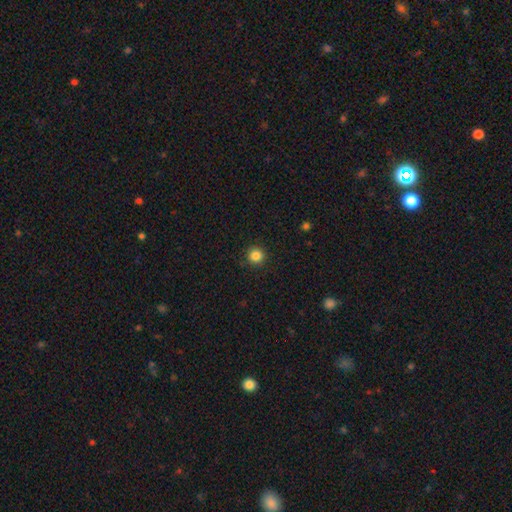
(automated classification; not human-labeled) Q: Smooth or featured?
A: smooth (85%); runner-up: star or artifact (12%)
Q: How rounded?
A: round (95%); runner-up: in between (4%)
Q: Merging?
A: none (92%); runner-up: minor disturbance (5%)